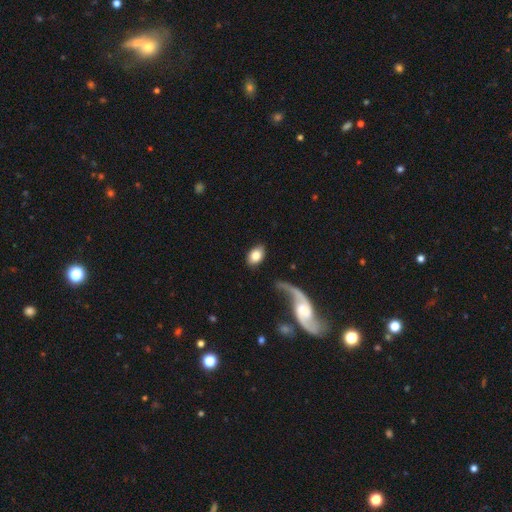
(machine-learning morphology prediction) A smooth galaxy with no disk features (79%) that is in between round and cigar-shaped (88%). Merging: none (80%).